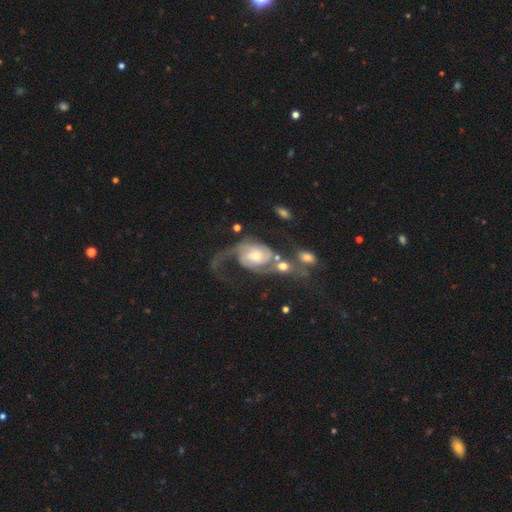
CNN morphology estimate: smooth-or-featured: featured or disk: 85% | smooth: 9% | star or artifact: 6%
  disk-edge-on: no: 97% | yes: 3%
    bar: no: 62% | weak: 30% | strong: 8%
    has-spiral-arms: yes: 95% | no: 5%
      spiral-winding: loose: 40% | medium: 39% | tight: 21%
      spiral-arm-count: 2: 66% | 1: 20% | can't tell: 8% | 3: 3% | 4: 2% | more than 4: 2%
    bulge-size: moderate: 51% | small: 40% | large: 6% | none: 2% | dominant: 1%
  merging: major disturbance: 33% | none: 29% | merger: 25% | minor disturbance: 14%